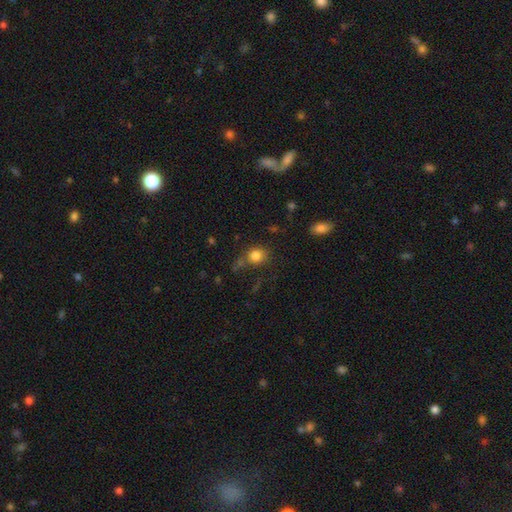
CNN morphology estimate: This is clearly a smooth galaxy (82%). How rounded: likely round (78%). Merging: likely none (66%).